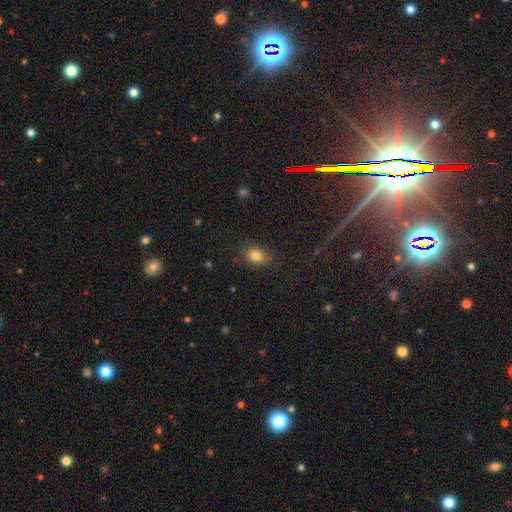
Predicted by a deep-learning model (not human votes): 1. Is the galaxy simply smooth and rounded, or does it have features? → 82% smooth, 11% star or artifact, 6% featured or disk.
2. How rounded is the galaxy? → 52% in between, 47% round, 1% cigar-shaped.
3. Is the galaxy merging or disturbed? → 83% none, 12% minor disturbance, 3% major disturbance, 1% merger.